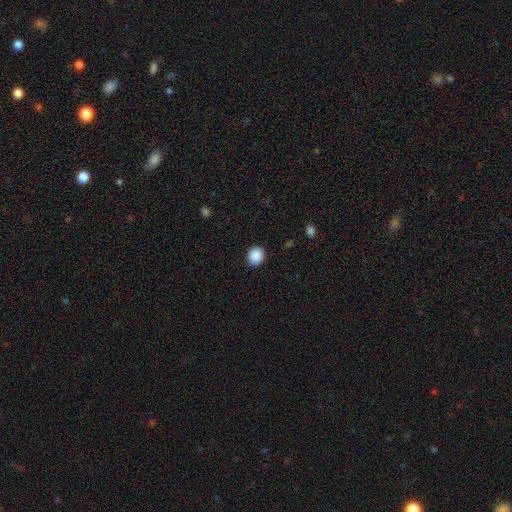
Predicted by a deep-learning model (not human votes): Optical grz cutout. It shows a smooth galaxy with no disk features (89%) that is round (81%). Merging: none (92%).